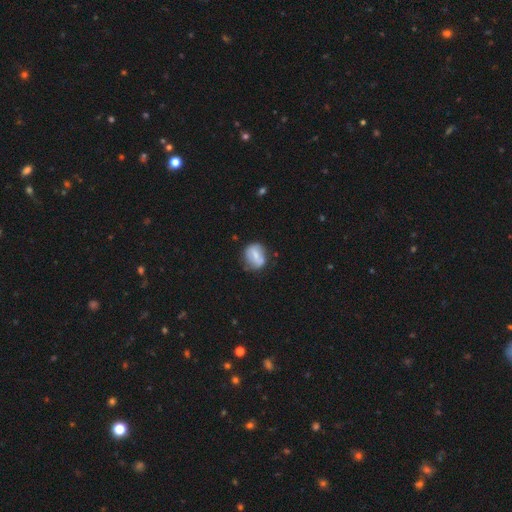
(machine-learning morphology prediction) Smooth or featured? Predicted: smooth (p=0.57). How rounded? Predicted: round (p=0.59). Merging? Predicted: none (p=0.68).